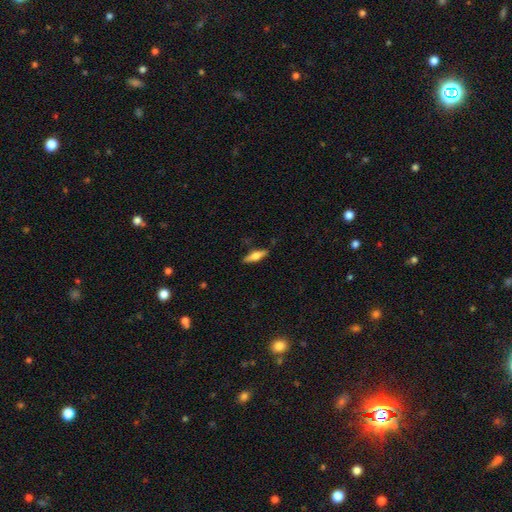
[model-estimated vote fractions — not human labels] smooth 49%, featured or disk 45%, star or artifact 6%. Down the decision tree: merging — none (85%).